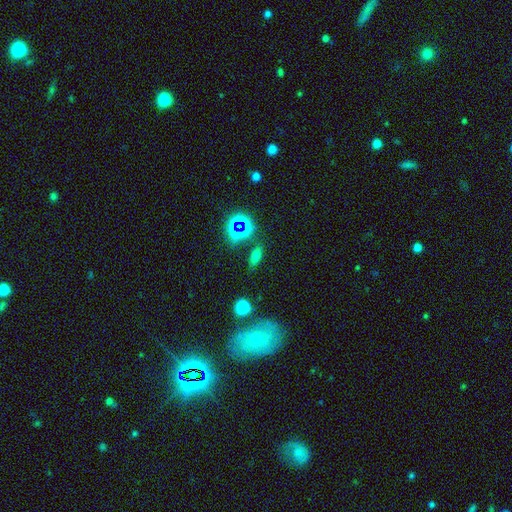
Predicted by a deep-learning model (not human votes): A smooth galaxy with no disk features (65%) that is in between round and cigar-shaped (70%). Merging: none (78%).